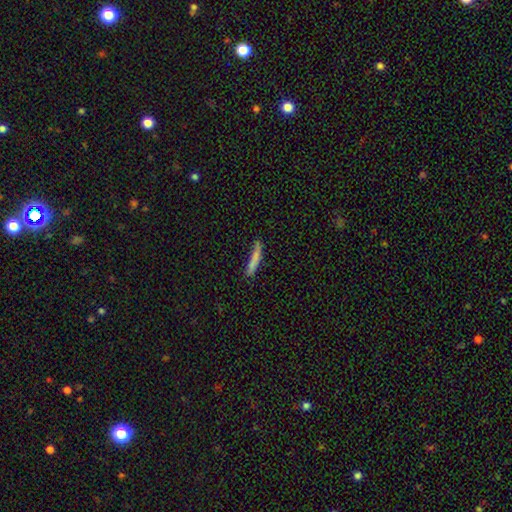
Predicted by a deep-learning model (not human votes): Q: Smooth or featured?
A: smooth (72%); runner-up: featured or disk (19%)
Q: How rounded?
A: cigar-shaped (93%); runner-up: in between (5%)
Q: Merging?
A: none (74%); runner-up: minor disturbance (17%)